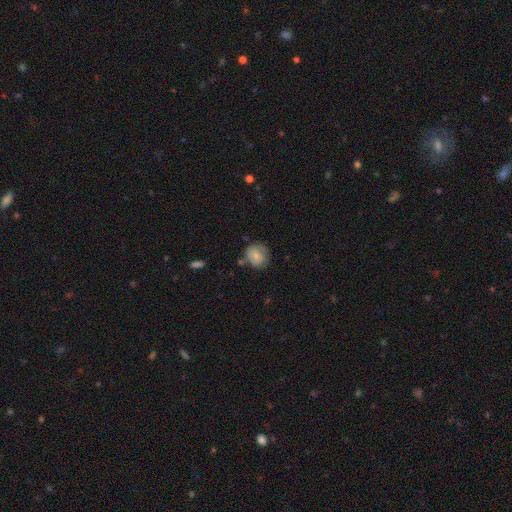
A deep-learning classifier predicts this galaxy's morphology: smooth 71%, featured or disk 20%, star or artifact 8%. Down the decision tree: how rounded — round (76%); merging — none (63%).